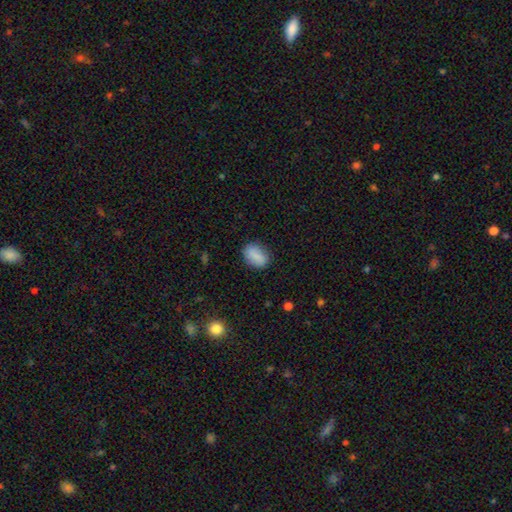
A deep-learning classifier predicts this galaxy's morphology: Smooth or featured? smooth (86%)
How rounded? in between (82%)
Merging? none (81%)